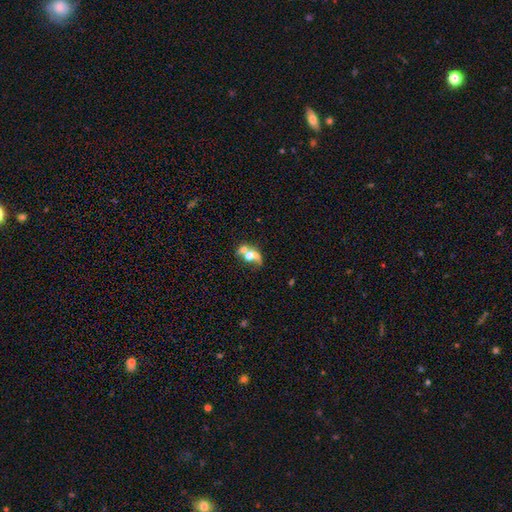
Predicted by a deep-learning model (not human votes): A smooth galaxy with no disk features (43%). Merging: merger (49%).